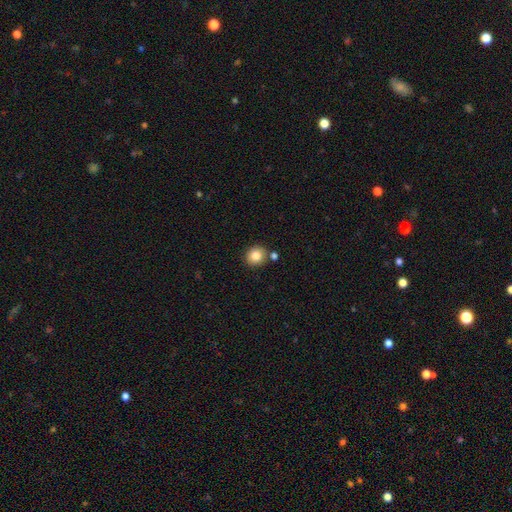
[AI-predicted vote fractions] This is clearly a smooth galaxy (85%). How rounded: clearly round (82%). Merging: likely none (79%).